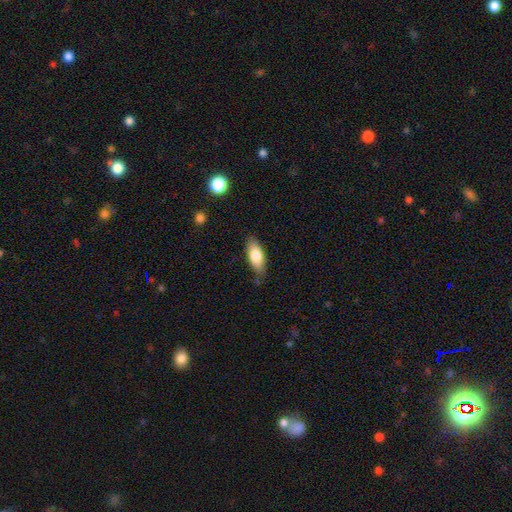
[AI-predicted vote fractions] Smooth or featured? Predicted: smooth (p=0.78). How rounded? Predicted: in between (p=0.78). Merging? Predicted: none (p=0.78).